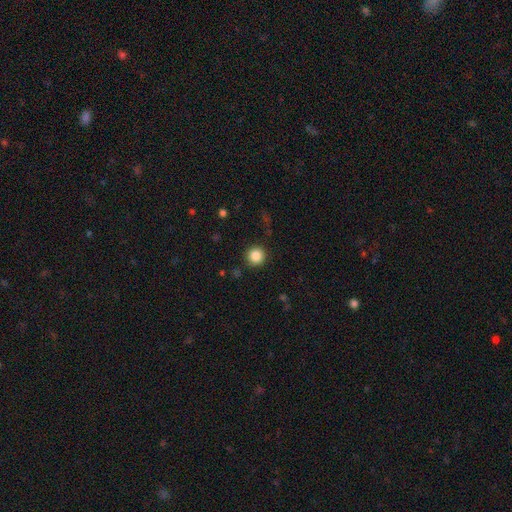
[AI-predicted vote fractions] Q: Smooth or featured?
A: smooth (85%); runner-up: star or artifact (11%)
Q: How rounded?
A: round (95%); runner-up: in between (4%)
Q: Merging?
A: none (91%); runner-up: minor disturbance (6%)